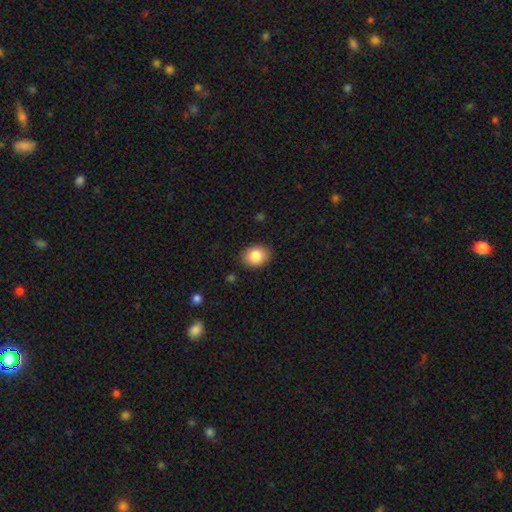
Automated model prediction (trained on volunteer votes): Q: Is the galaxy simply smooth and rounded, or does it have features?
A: smooth — 85%.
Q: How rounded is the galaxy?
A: in between — 53%.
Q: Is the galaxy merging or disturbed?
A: none — 87%.